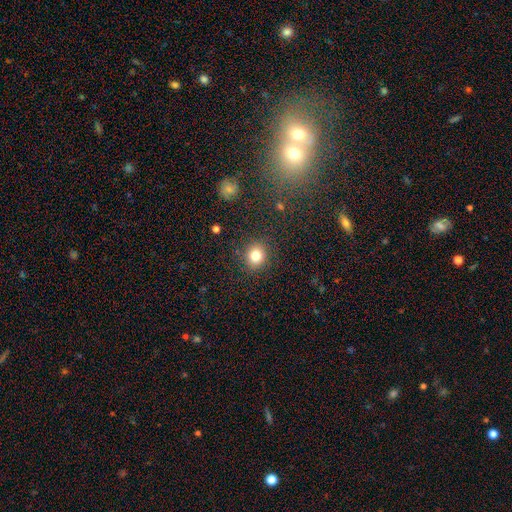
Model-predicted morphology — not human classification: smooth_or_featured: smooth (p=0.82) [alt: star or artifact p=0.11]
how_rounded: round (p=0.80) [alt: in between p=0.19]
merging: none (p=0.88) [alt: minor disturbance p=0.08]